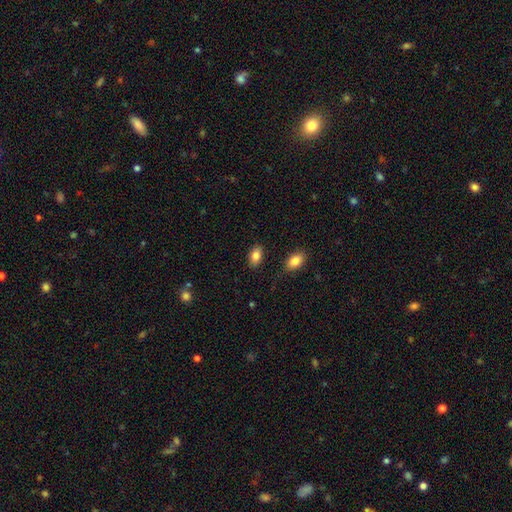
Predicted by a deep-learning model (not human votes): smooth-or-featured: smooth: 84% | featured or disk: 8% | star or artifact: 8%
  how-rounded: in between: 90% | round: 8% | cigar-shaped: 2%
  merging: none: 86% | minor disturbance: 10% | major disturbance: 2% | merger: 2%